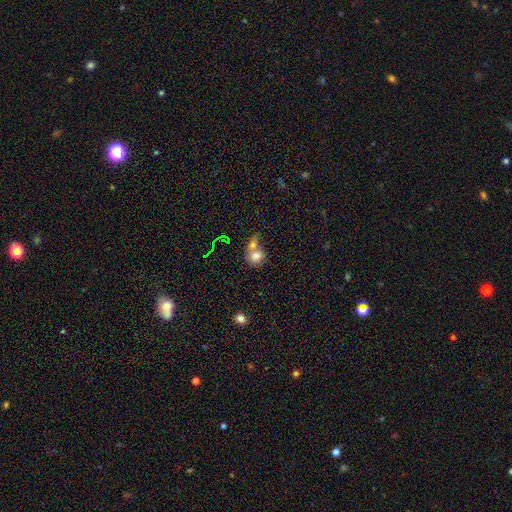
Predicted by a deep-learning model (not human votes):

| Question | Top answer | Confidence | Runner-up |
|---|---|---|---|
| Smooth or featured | smooth | 74% | featured or disk (14%) |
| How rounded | round | 65% | in between (34%) |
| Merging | merger | 57% | none (28%) |